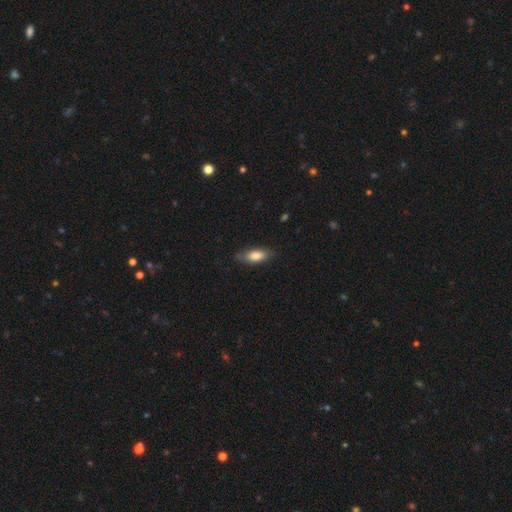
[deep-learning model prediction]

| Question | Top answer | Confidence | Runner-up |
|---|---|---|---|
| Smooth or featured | smooth | 80% | featured or disk (13%) |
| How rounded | in between | 77% | cigar-shaped (20%) |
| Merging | none | 76% | minor disturbance (19%) |